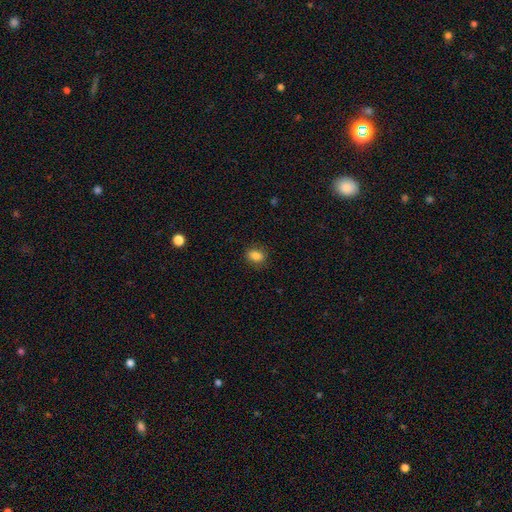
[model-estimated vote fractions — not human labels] Overall: smooth (85%). How rounded: in between (66%; round 33%). Merging: none (87%).